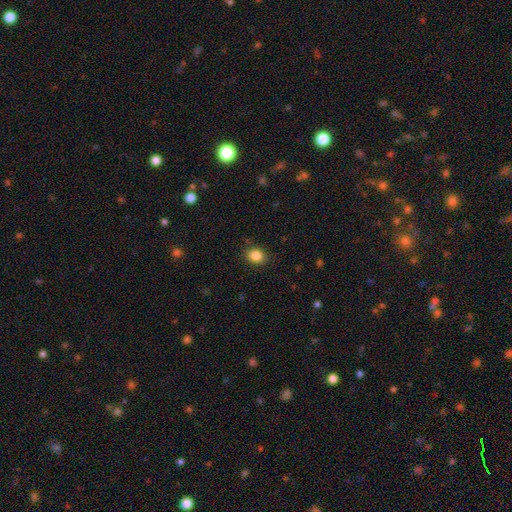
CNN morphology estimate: This appears to be a smooth galaxy with no disk features (86%) that is round (55%). Merging: none (86%).